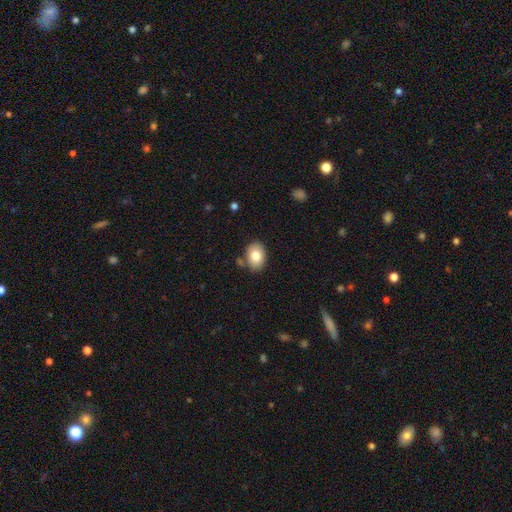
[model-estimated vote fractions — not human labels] smooth-or-featured: smooth: 81% | featured or disk: 11% | star or artifact: 8%
  how-rounded: in between: 75% | round: 24% | cigar-shaped: 1%
  merging: none: 79% | minor disturbance: 13% | merger: 6% | major disturbance: 3%